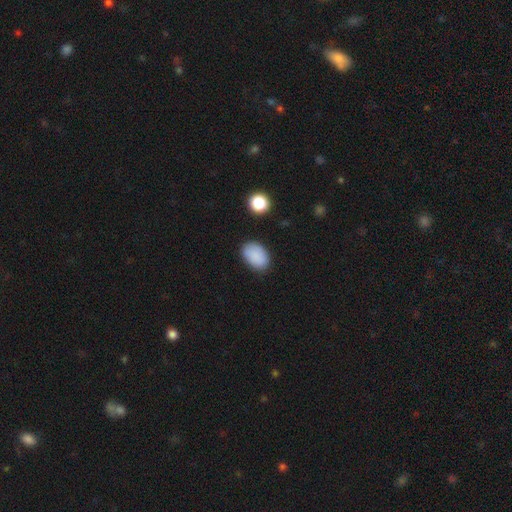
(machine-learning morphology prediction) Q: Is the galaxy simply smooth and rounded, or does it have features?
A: smooth — 88%.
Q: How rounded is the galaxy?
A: in between — 86%.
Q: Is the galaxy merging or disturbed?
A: none — 82%.